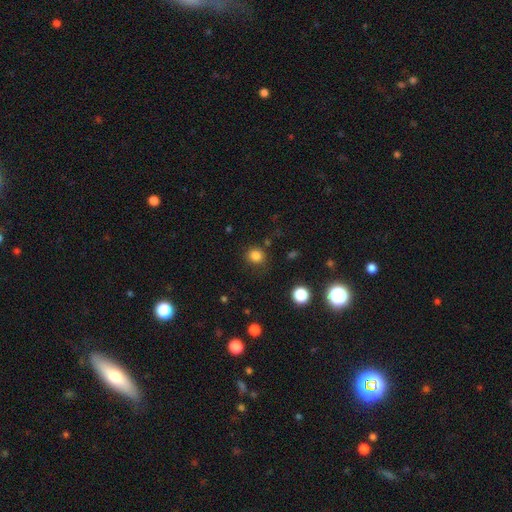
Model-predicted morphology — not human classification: Smooth or featured? smooth (83%)
How rounded? round (82%)
Merging? none (82%)